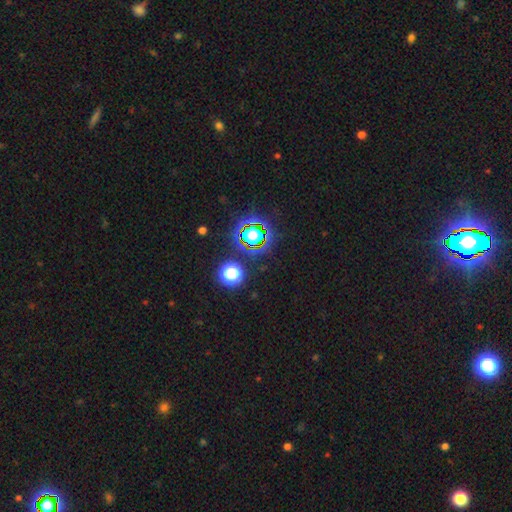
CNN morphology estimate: Smooth or featured? Predicted: star or artifact (p=0.81).